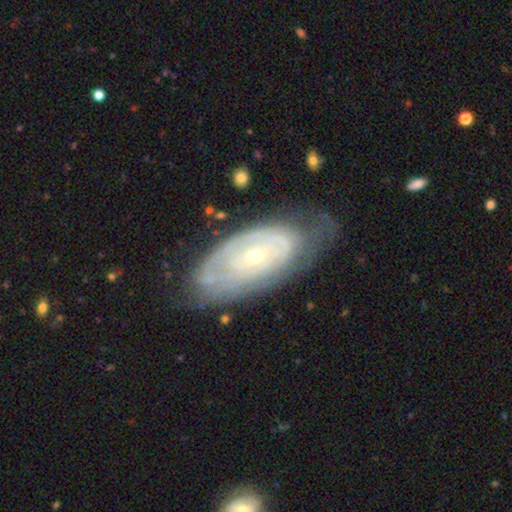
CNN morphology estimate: The model was most divided on "merging": none: 60%, minor disturbance: 27%, major disturbance: 11%, merger: 2%. More confident: edge-on disk — no (91%); spiral arms — yes (80%); smooth or featured — featured or disk (78%); spiral winding — tight (77%); bar — no (69%); bulge size — small (66%); spiral arm count — can't tell (61%).